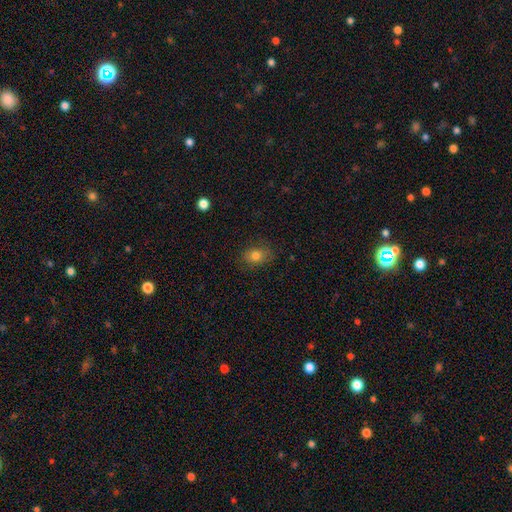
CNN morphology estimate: Overall: smooth (78%). How rounded: in between (59%; round 40%). Merging: none (82%).